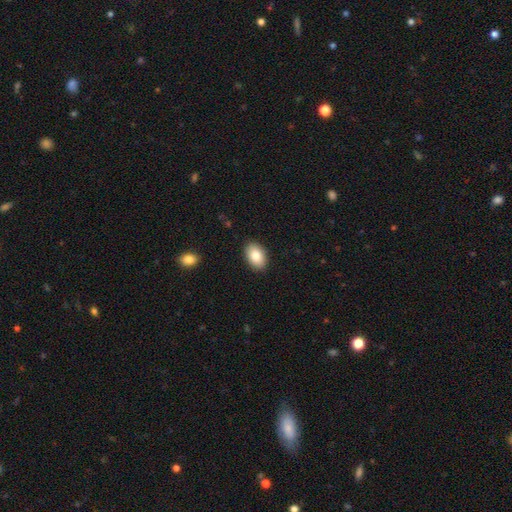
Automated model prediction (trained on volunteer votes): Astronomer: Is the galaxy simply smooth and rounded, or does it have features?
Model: smooth — 84%.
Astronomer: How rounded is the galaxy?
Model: in between — 90%.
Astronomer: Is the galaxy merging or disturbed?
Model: none — 90%.